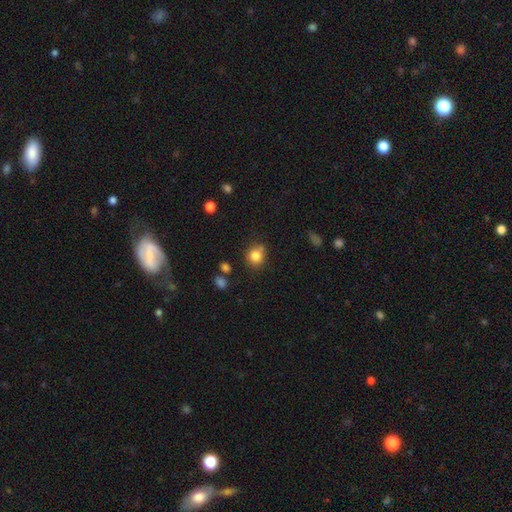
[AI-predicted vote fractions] Q: Smooth or featured?
A: smooth (83%); runner-up: star or artifact (11%)
Q: How rounded?
A: round (75%); runner-up: in between (24%)
Q: Merging?
A: none (70%); runner-up: minor disturbance (17%)